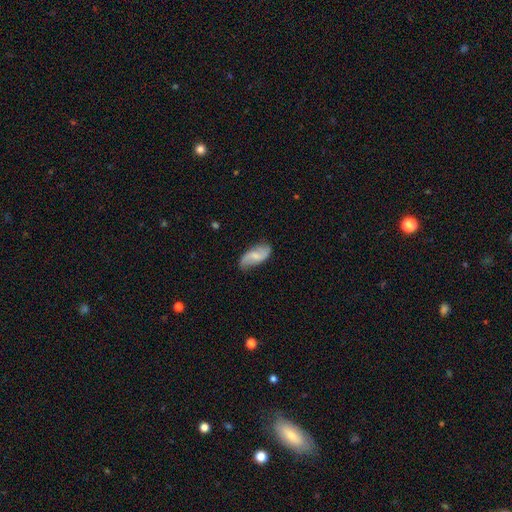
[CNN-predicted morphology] A featured or disk galaxy (61%) with a weak bar (48%), 2 (90%) loose (66%) spiral arms (92%) and a small central bulge (51%). Merging: none (75%).